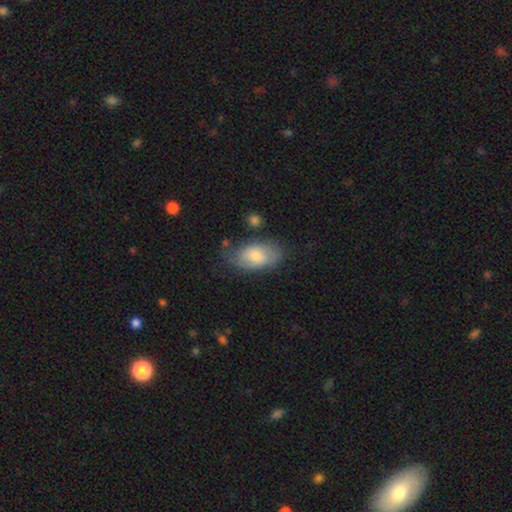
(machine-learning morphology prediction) Q: Smooth or featured?
A: smooth (68%); runner-up: featured or disk (26%)
Q: How rounded?
A: in between (92%); runner-up: round (5%)
Q: Merging?
A: none (63%); runner-up: minor disturbance (25%)